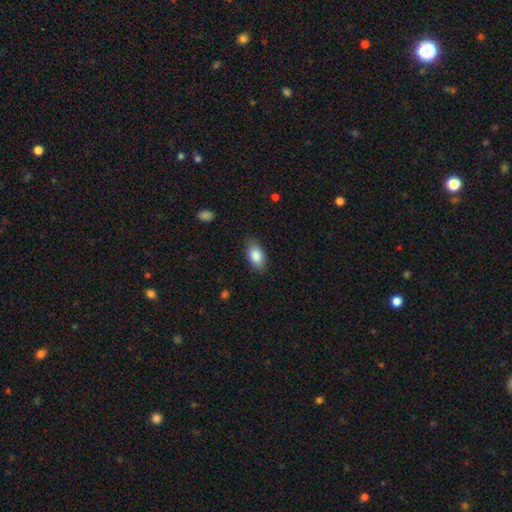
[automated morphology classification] The model was most divided on "merging": none: 83%, minor disturbance: 13%, major disturbance: 3%, merger: 1%. More confident: how rounded — in between (92%); smooth or featured — smooth (86%).